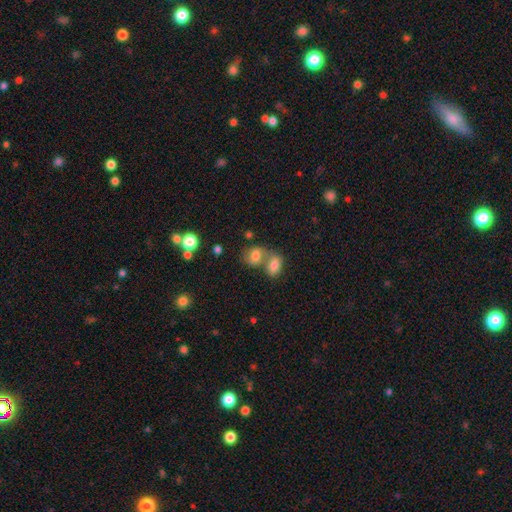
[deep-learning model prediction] smooth_or_featured: smooth (p=0.75) [alt: featured or disk p=0.13]
how_rounded: in between (p=0.64) [alt: round p=0.35]
merging: merger (p=0.54) [alt: none p=0.32]